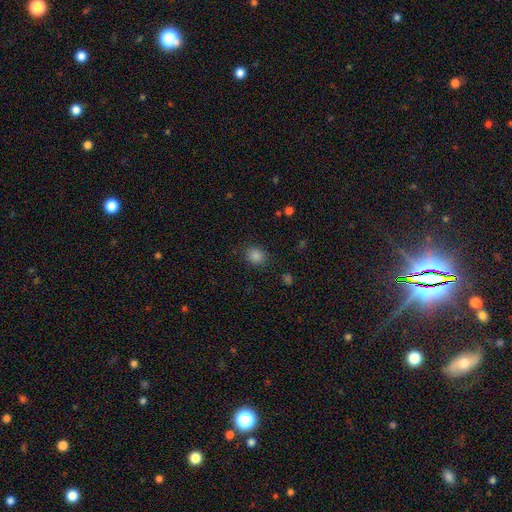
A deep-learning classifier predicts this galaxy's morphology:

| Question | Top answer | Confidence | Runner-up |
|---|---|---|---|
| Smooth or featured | smooth | 83% | star or artifact (13%) |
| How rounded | round | 74% | in between (26%) |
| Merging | none | 87% | minor disturbance (9%) |